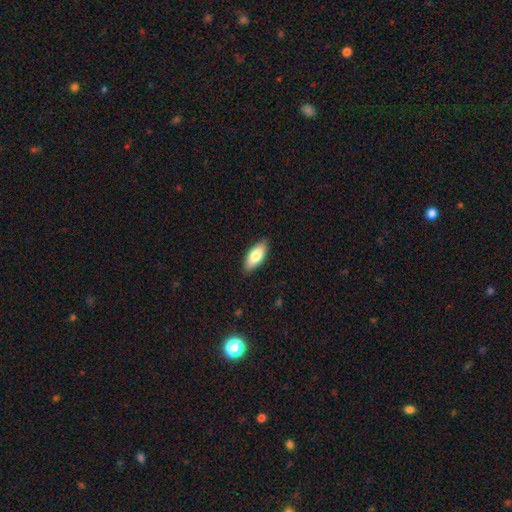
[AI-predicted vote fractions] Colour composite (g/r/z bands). It shows a smooth galaxy with no disk features (79%) that is in between round and cigar-shaped (82%). Merging: none (86%).